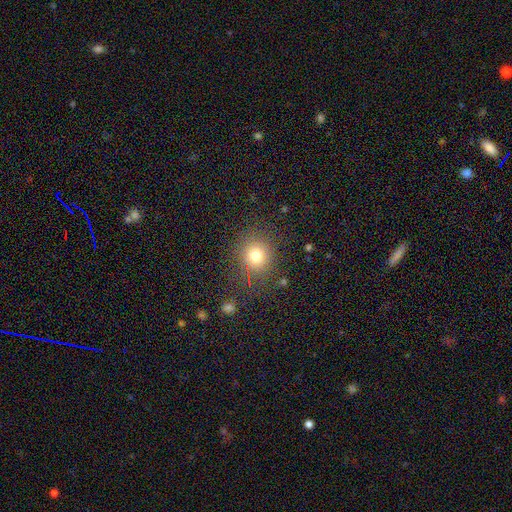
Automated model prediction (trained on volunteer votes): smooth 77%, star or artifact 15%, featured or disk 8%. Down the decision tree: how rounded — round (82%); merging — none (82%).